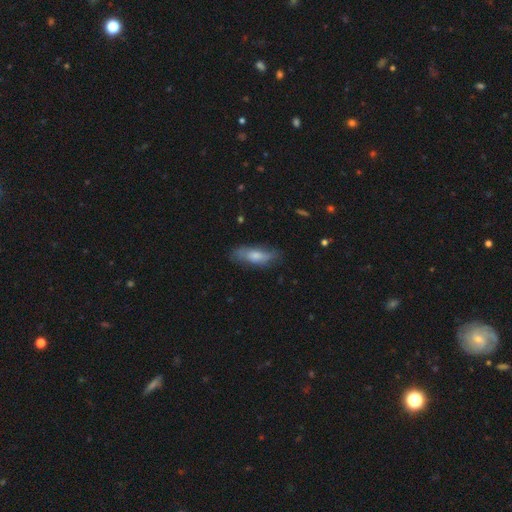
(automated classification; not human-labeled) This is likely a smooth galaxy (68%). How rounded: possibly in between (59%). Merging: likely none (70%).